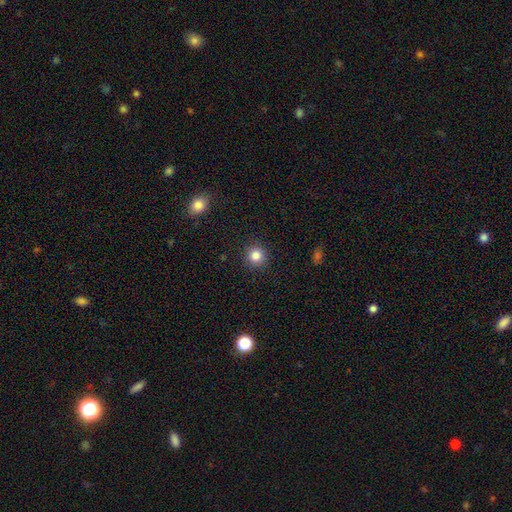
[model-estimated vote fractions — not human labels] The model was most divided on "smooth or featured": smooth: 84%, star or artifact: 11%, featured or disk: 5%. More confident: how rounded — round (94%); merging — none (91%).